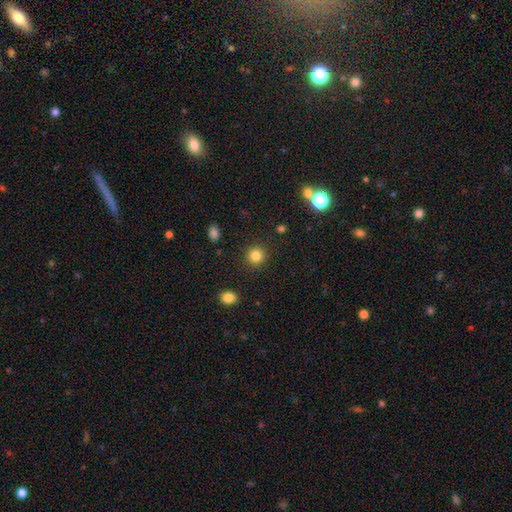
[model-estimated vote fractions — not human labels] Q: Smooth or featured?
A: smooth (83%); runner-up: star or artifact (12%)
Q: How rounded?
A: round (92%); runner-up: in between (7%)
Q: Merging?
A: none (91%); runner-up: minor disturbance (6%)